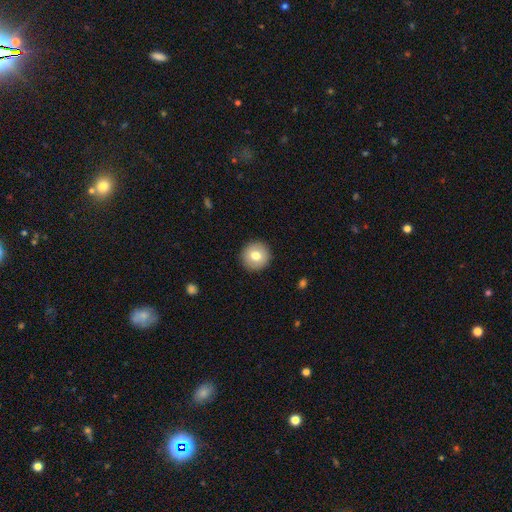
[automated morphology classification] Smooth or featured? Predicted: smooth (p=0.76). How rounded? Predicted: round (p=0.95). Merging? Predicted: none (p=0.92).